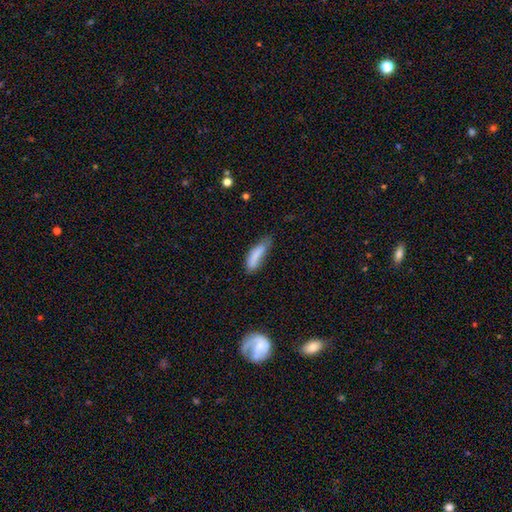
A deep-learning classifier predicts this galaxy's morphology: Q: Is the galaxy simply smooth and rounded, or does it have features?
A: smooth — 80%.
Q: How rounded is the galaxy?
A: cigar-shaped — 57%.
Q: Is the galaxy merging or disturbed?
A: none — 41%.